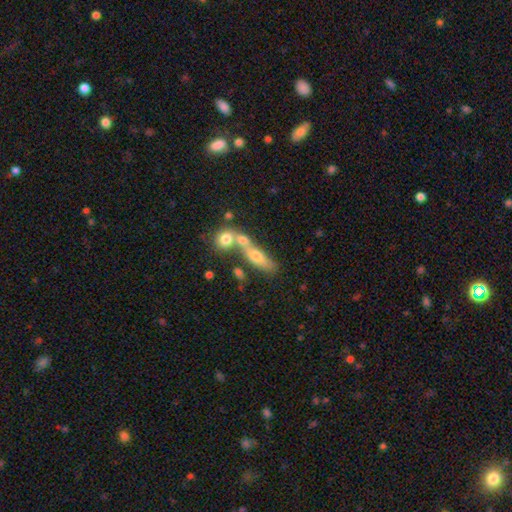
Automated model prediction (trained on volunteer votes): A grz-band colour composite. It shows a smooth galaxy with no disk features (56%) that is cigar-shaped (49%). Merging: merger (44%).